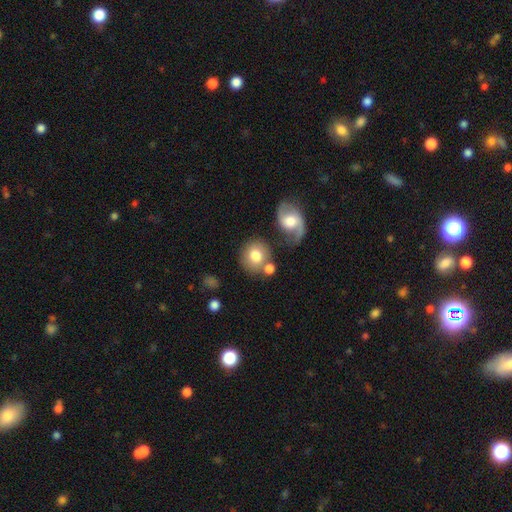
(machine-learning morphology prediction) Smooth or featured? Predicted: smooth (p=0.73). How rounded? Predicted: round (p=0.80). Merging? Predicted: none (p=0.62).